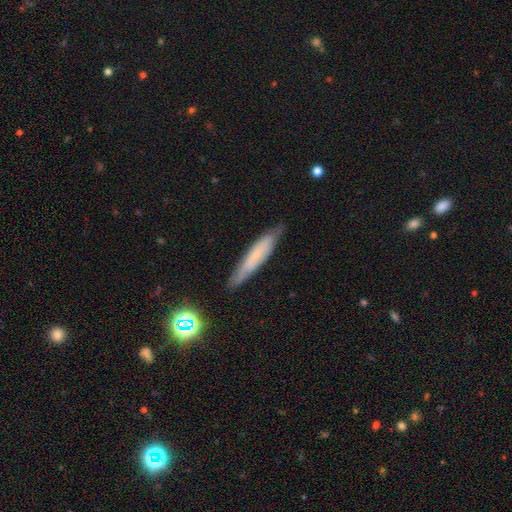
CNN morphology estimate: smooth-or-featured: smooth: 51% | featured or disk: 40% | star or artifact: 9%
  how-rounded: cigar-shaped: 88% | in between: 11% | round: 2%
  merging: none: 78% | minor disturbance: 17% | major disturbance: 3% | merger: 2%